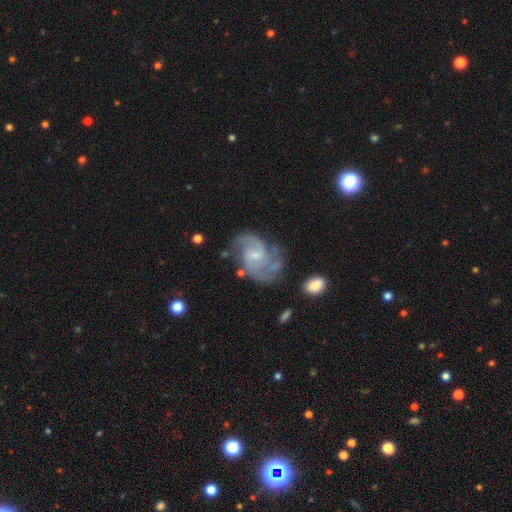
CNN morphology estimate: A featured or disk galaxy (85%) with a weak bar (53%), 2 (72%) medium (53%) spiral arms (95%) and a small central bulge (56%).

Vote fractions:
- Smooth or featured? featured or disk: 85% / smooth: 9% / star or artifact: 6%
- Edge-on disk? no: 98% / yes: 2%
- Bar? weak: 53% / no: 38% / strong: 8%
- Spiral arms? yes: 95% / no: 5%
- Spiral winding? medium: 53% / tight: 24% / loose: 22%
- Spiral arm count? 2: 72% / can't tell: 11% / 3: 9% / 1: 3% / 4: 2% / more than 4: 2%
- Bulge size? small: 56% / moderate: 27% / none: 13% / large: 2% / dominant: 1%
- Merging? none: 61% / minor disturbance: 22% / major disturbance: 13% / merger: 5%